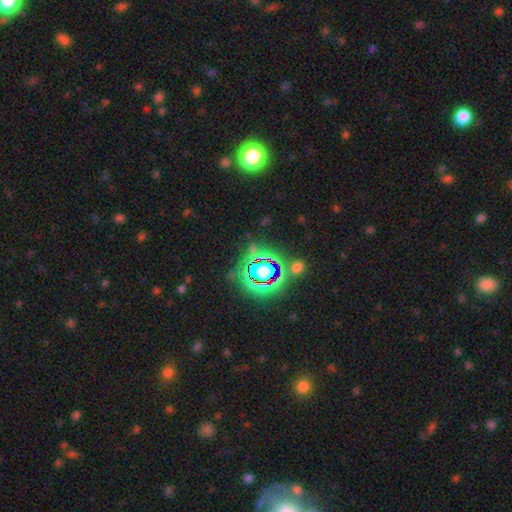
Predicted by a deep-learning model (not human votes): star or artifact 79%, smooth 13%, featured or disk 8%.